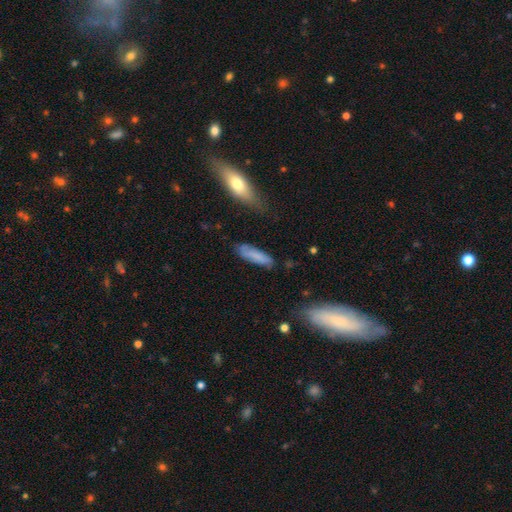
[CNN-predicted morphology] This is likely a smooth galaxy (73%). How rounded: possibly cigar-shaped (58%). Merging: likely none (71%).